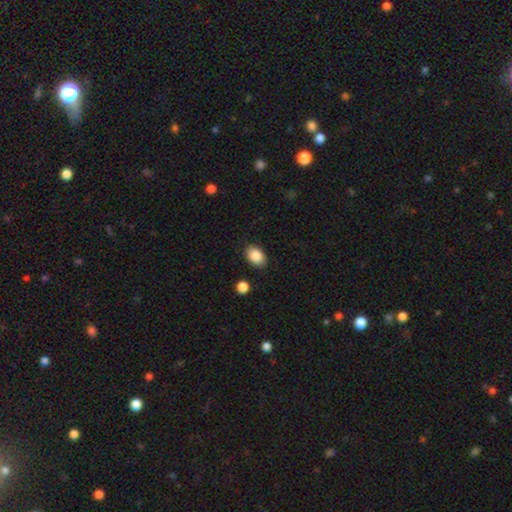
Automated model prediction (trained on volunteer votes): A smooth galaxy with no disk features (87%) that is in between round and cigar-shaped (83%). Merging: none (86%).